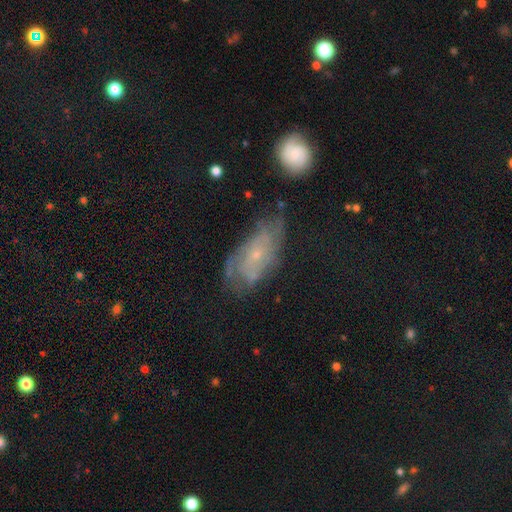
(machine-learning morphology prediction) type=featured or disk (61%); edge-on=no (91%); bar=no (75%); spiral arms=yes (80%); bulge=small (79%); merging=none (53%).